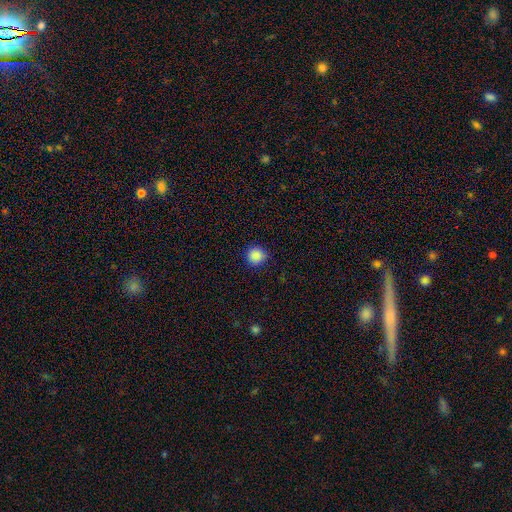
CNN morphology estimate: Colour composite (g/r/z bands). It shows a smooth galaxy with no disk features (88%) that is round (94%). Merging: none (90%).